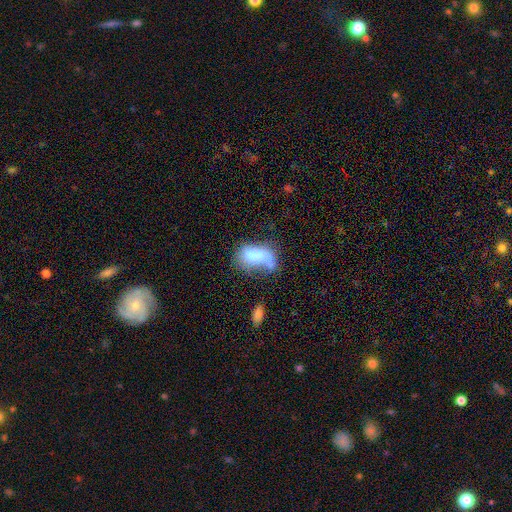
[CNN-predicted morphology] The model was most divided on "merging": major disturbance: 33%, merger: 24%, none: 22%, minor disturbance: 22%. More confident: how rounded — in between (88%); smooth or featured — smooth (66%).